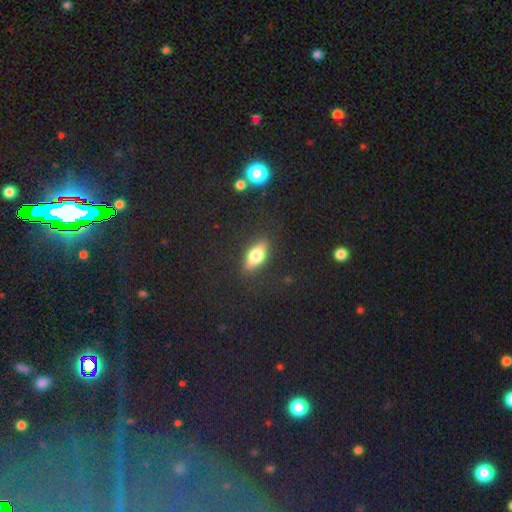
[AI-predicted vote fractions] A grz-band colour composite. It shows a smooth galaxy with no disk features (63%) that is in between round and cigar-shaped (72%). Merging: none (85%).